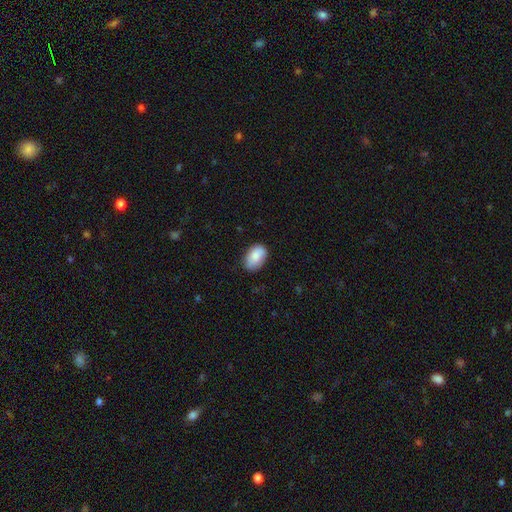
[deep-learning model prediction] A smooth galaxy with no disk features (85%) that is in between round and cigar-shaped (89%). Merging: none (79%).